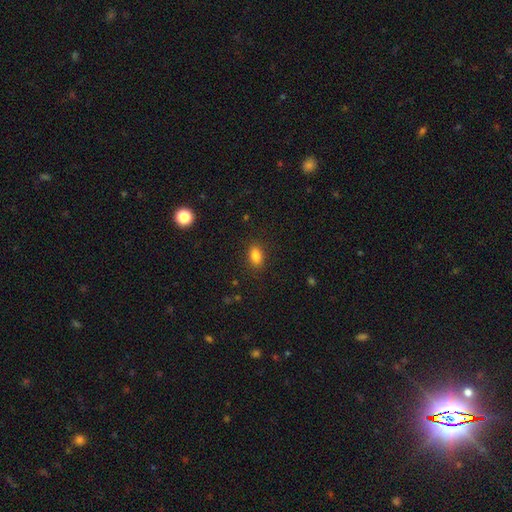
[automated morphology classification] Smooth or featured? Predicted: smooth (p=0.85). How rounded? Predicted: in between (p=0.86). Merging? Predicted: none (p=0.86).